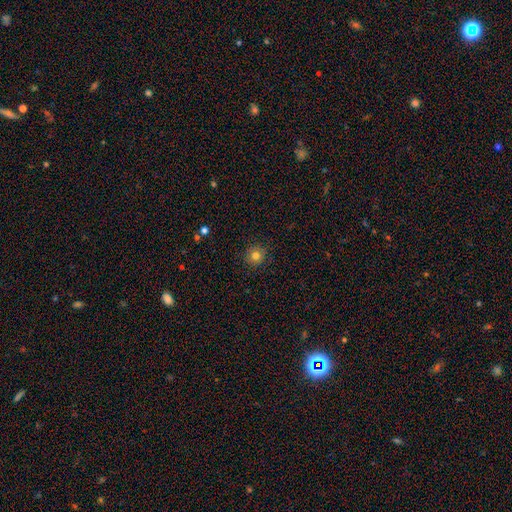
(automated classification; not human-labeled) smooth_or_featured: smooth (p=0.80) [alt: star or artifact p=0.12]
how_rounded: round (p=0.92) [alt: in between p=0.07]
merging: none (p=0.90) [alt: minor disturbance p=0.07]